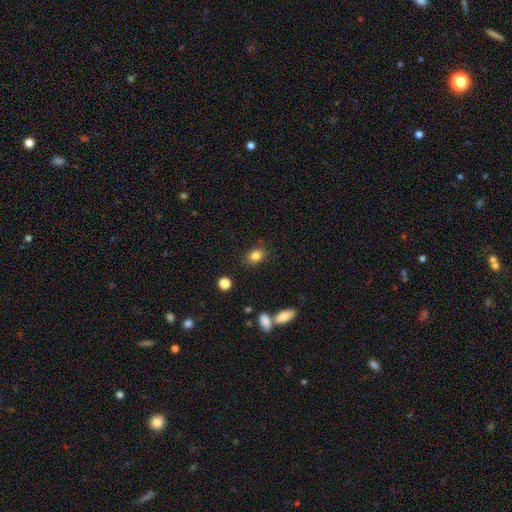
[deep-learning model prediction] smooth-or-featured: smooth: 84% | star or artifact: 10% | featured or disk: 6%
  how-rounded: in between: 63% | round: 35% | cigar-shaped: 1%
  merging: none: 82% | minor disturbance: 11% | merger: 3% | major disturbance: 3%